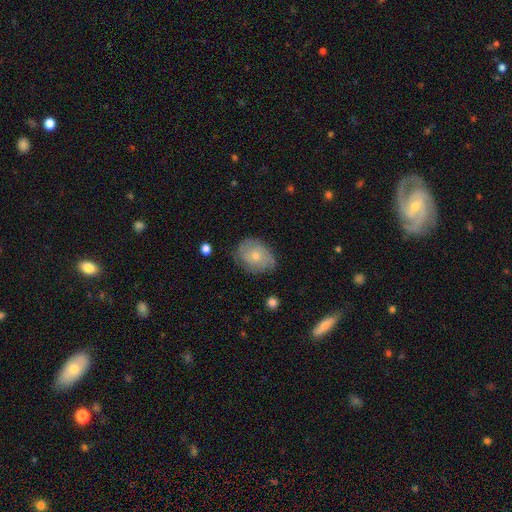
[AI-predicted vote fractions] Overall: smooth (53%; featured or disk 39%). How rounded: in between (59%; round 40%). Merging: none (71%).